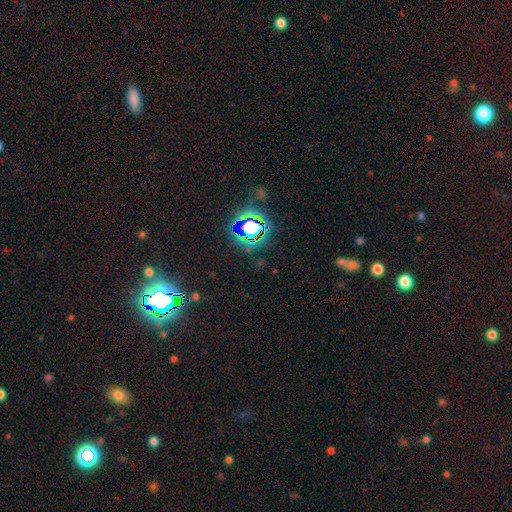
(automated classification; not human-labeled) This is likely a star or artifact rather than a galaxy (78%).